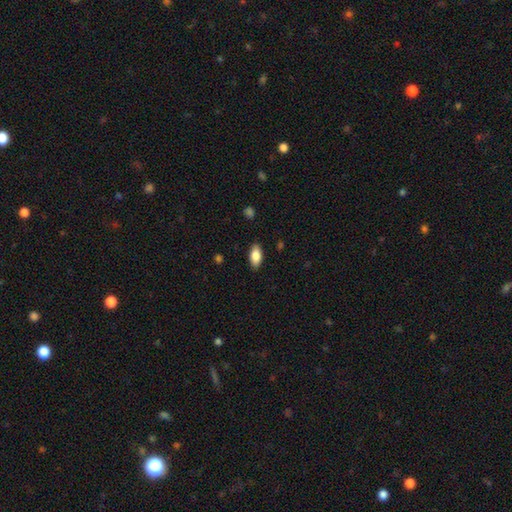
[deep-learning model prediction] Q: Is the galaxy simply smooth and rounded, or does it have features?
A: smooth — 82%.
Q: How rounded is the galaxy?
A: in between — 90%.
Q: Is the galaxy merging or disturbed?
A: none — 87%.